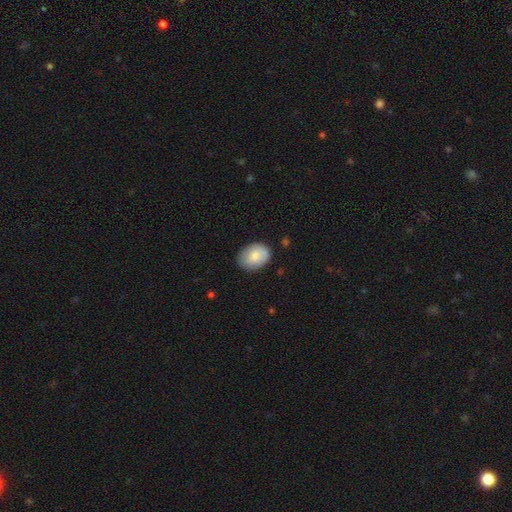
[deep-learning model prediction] smooth 83%, featured or disk 11%, star or artifact 6%. Down the decision tree: how rounded — in between (72%); merging — none (81%).